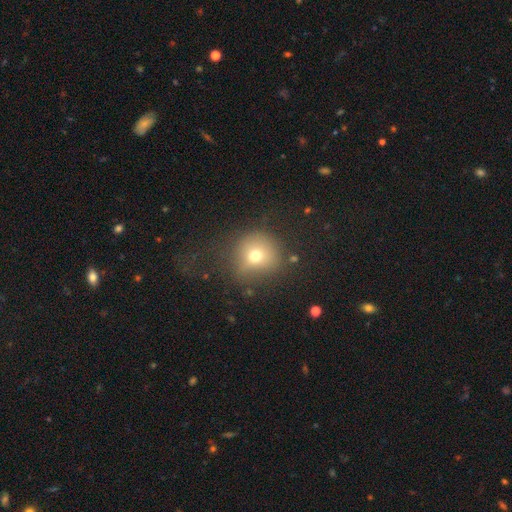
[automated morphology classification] This appears to be a smooth galaxy with no disk features (69%) that is round (89%). Merging: none (72%).